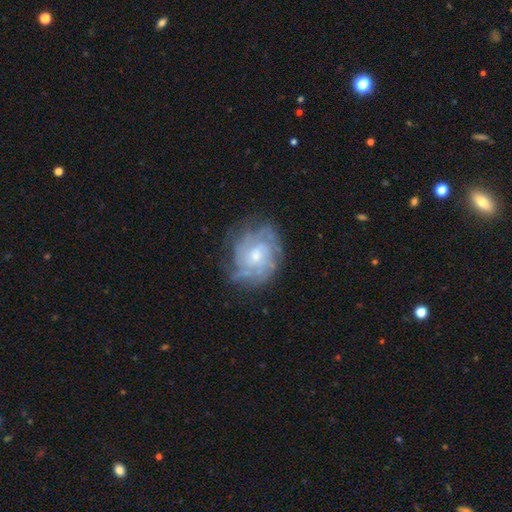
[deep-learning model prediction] Overall: featured or disk (77%). Edge-on disk: no (97%). Bar: no (70%). Spiral arms: yes (89%). Spiral arm count: can't tell (48%; 4 15%). Spiral winding: tight (60%; medium 30%). Bulge size: moderate (47%; small 46%). Merging: none (70%).